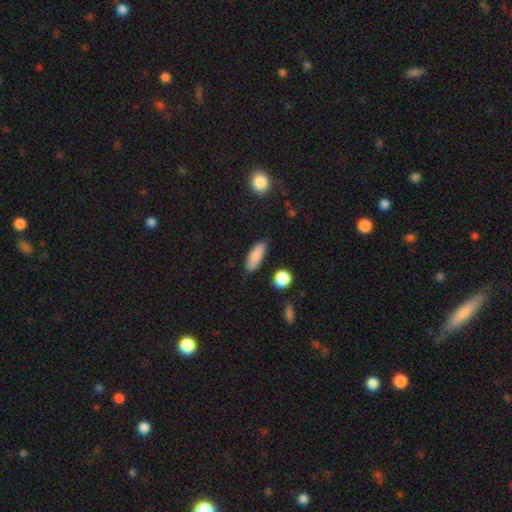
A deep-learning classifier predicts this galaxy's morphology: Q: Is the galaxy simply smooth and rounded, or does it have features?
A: smooth — 84%.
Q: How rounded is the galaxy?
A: in between — 65%.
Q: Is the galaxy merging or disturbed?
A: none — 84%.